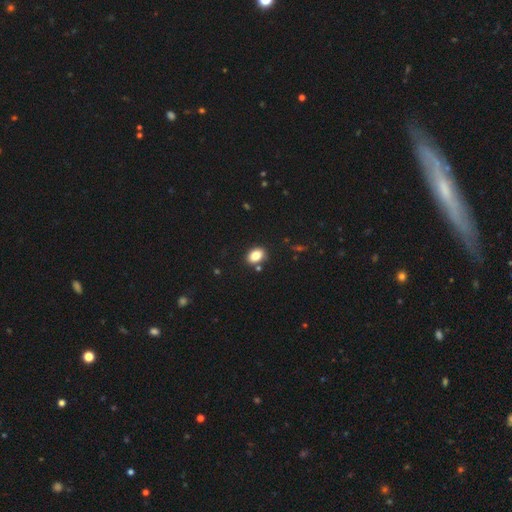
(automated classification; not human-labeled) smooth 84%, star or artifact 9%, featured or disk 7%. Down the decision tree: how rounded — in between (79%); merging — none (83%).